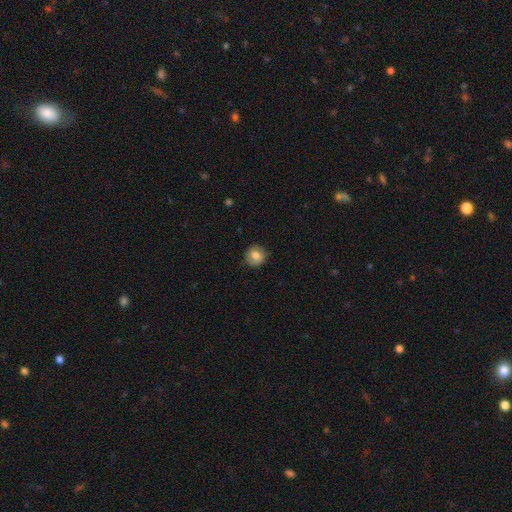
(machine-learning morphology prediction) This appears to be a smooth galaxy with no disk features (81%) that is round (87%). Merging: none (85%).